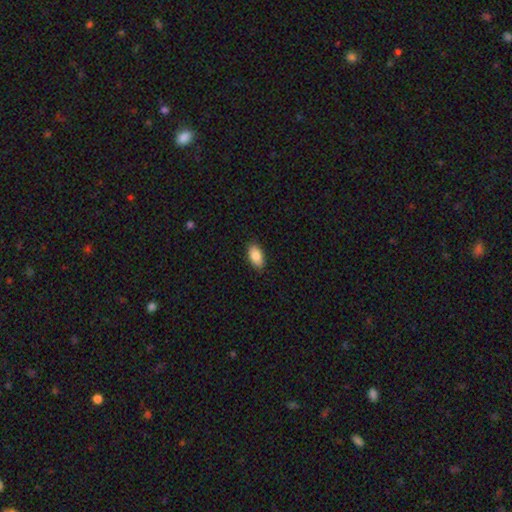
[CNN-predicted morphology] This is clearly a smooth galaxy (86%). How rounded: clearly in between (93%). Merging: clearly none (87%).